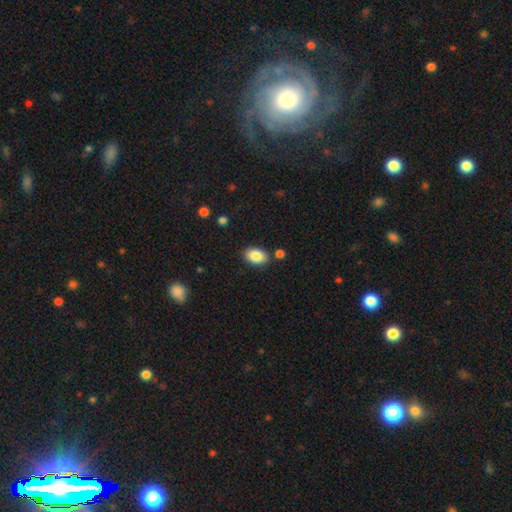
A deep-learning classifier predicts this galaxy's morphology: A smooth galaxy with no disk features (88%) that is in between round and cigar-shaped (89%). Merging: none (83%).